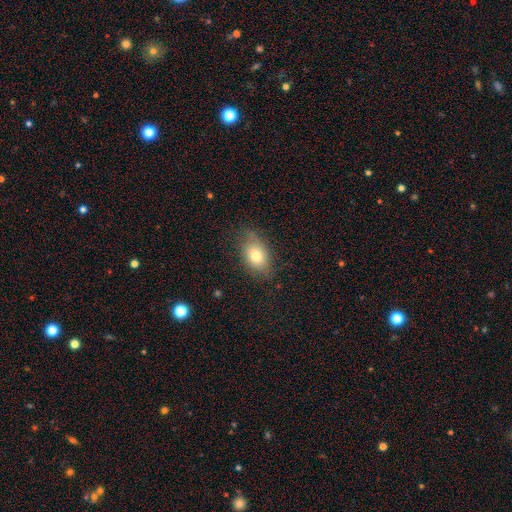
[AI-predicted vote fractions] The model was most divided on "merging": none: 73%, minor disturbance: 20%, major disturbance: 5%, merger: 1%. More confident: how rounded — in between (82%); smooth or featured — smooth (74%).